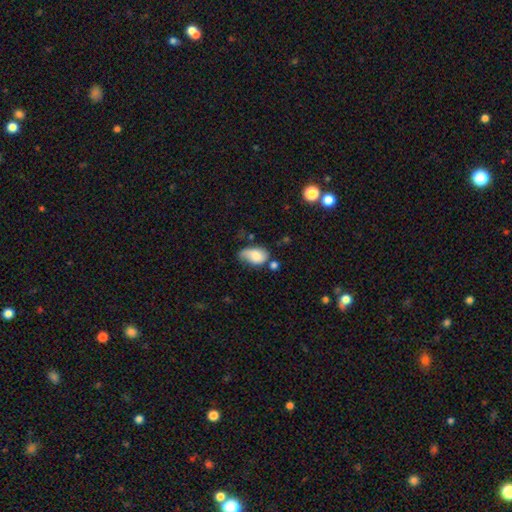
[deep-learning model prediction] A smooth galaxy with no disk features (69%) that is in between round and cigar-shaped (89%). Merging: none (39%).